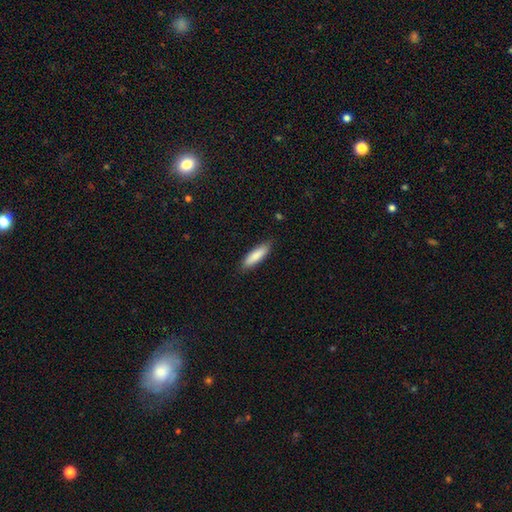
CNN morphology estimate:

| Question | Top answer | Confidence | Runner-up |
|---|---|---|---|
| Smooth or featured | smooth | 85% | featured or disk (10%) |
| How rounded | cigar-shaped | 65% | in between (34%) |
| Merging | none | 85% | minor disturbance (12%) |